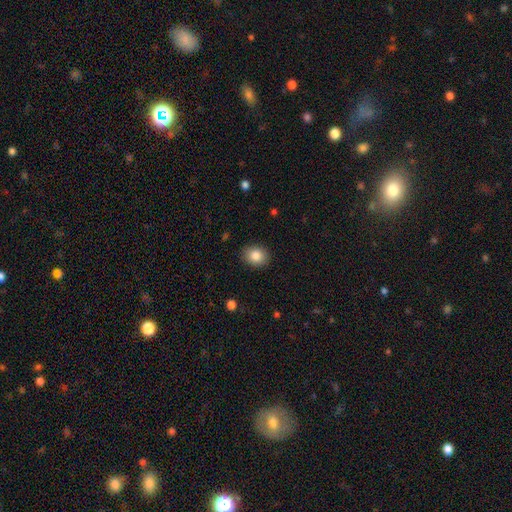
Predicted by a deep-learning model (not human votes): A smooth galaxy with no disk features (85%) that is round (53%).

Vote fractions:
- Smooth or featured? smooth: 85% / star or artifact: 9% / featured or disk: 6%
- How rounded? round: 53% / in between: 46% / cigar-shaped: 1%
- Merging? none: 88% / minor disturbance: 9% / major disturbance: 2% / merger: 1%